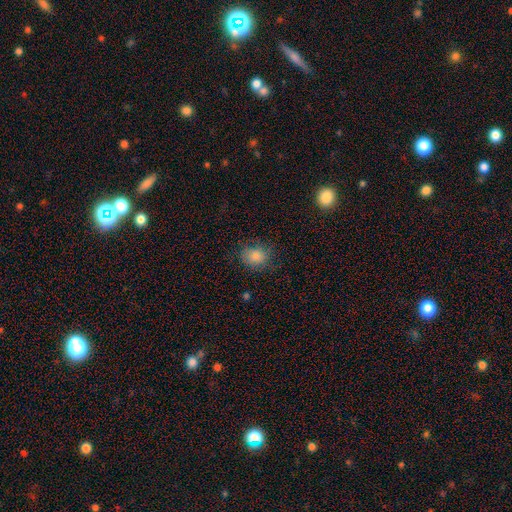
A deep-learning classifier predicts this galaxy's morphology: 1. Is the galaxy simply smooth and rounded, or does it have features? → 81% smooth, 11% star or artifact, 8% featured or disk.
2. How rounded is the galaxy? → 68% round, 31% in between, 1% cigar-shaped.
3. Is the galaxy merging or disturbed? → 76% none, 17% minor disturbance, 6% major disturbance, 1% merger.